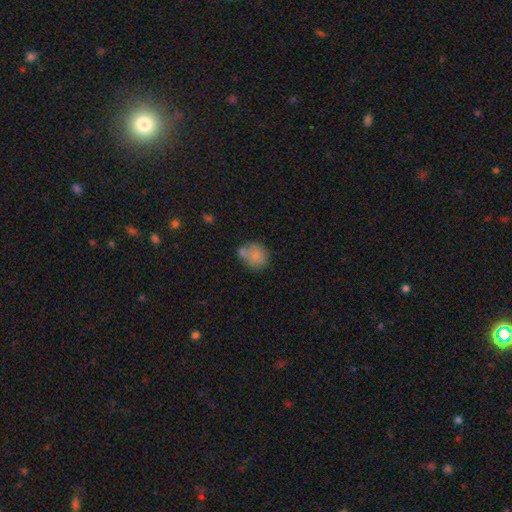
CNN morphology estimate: Smooth or featured: smooth — 79% (featured or disk — 12%)
How rounded: round — 70% (in between — 28%)
Merging: none — 53% (merger — 25%)